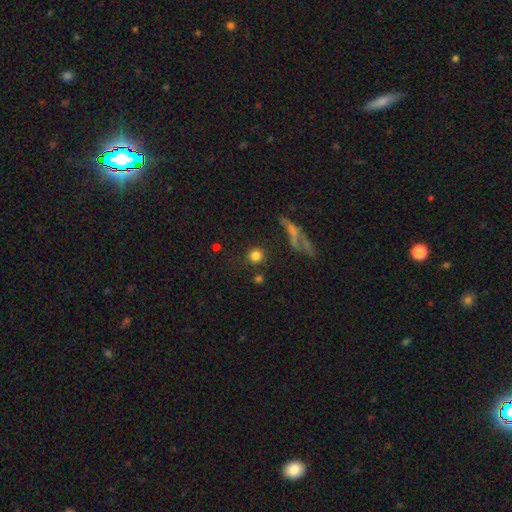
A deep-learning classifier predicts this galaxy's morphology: Smooth or featured: smooth — 78% (star or artifact — 13%)
How rounded: round — 93% (in between — 5%)
Merging: none — 79% (minor disturbance — 8%)